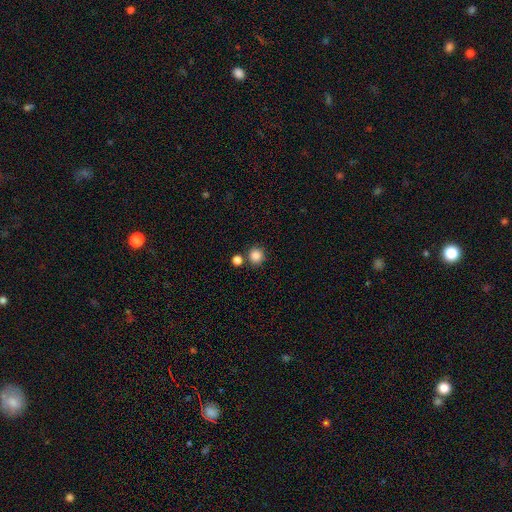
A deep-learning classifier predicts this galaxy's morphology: smooth_or_featured: smooth (p=0.85) [alt: star or artifact p=0.11]
how_rounded: round (p=0.93) [alt: in between p=0.06]
merging: none (p=0.78) [alt: merger p=0.12]